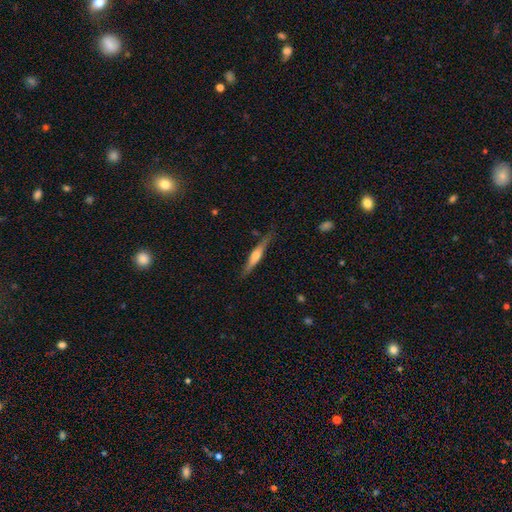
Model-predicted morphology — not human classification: Smooth or featured? featured or disk (59%)
Edge-on disk? yes (96%)
Edge-on bulge? rounded (82%)
Merging? none (81%)